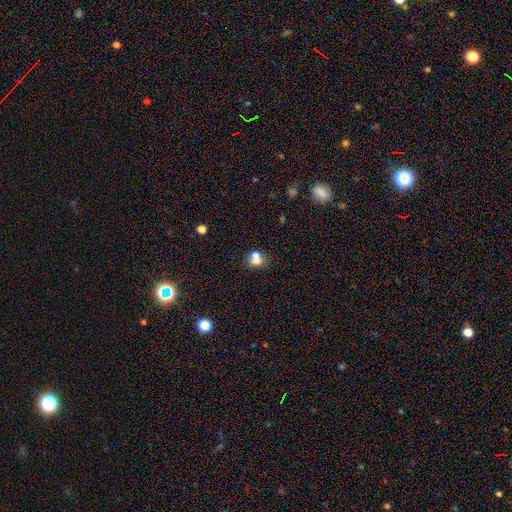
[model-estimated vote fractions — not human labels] A smooth galaxy with no disk features (62%) that is round (68%). Merging: none (44%).